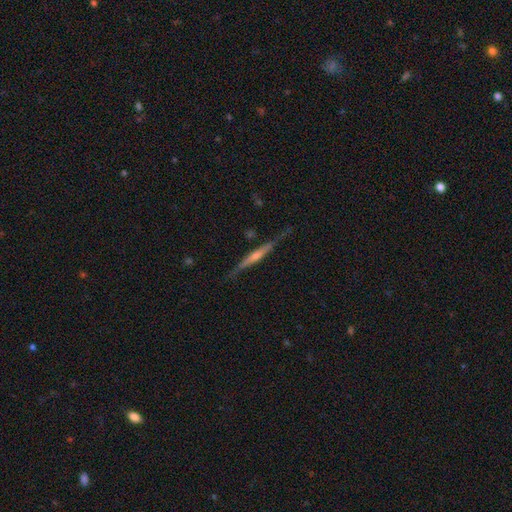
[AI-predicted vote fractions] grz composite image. It shows a featured or disk galaxy (73%) viewed edge-on (97%) with a rounded central bulge (57%). Merging: none (79%).